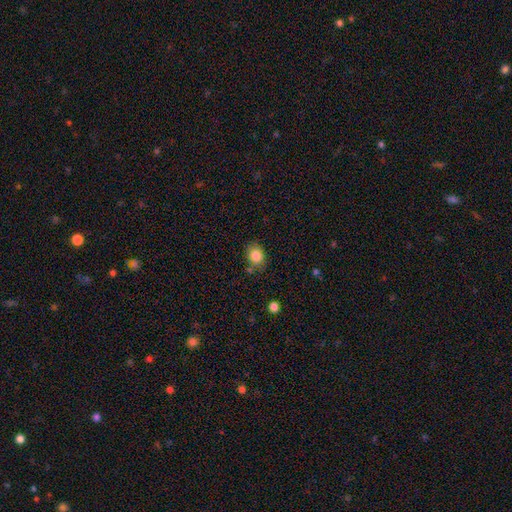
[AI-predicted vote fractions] Overall: smooth (84%). How rounded: round (52%; in between 47%). Merging: none (76%).